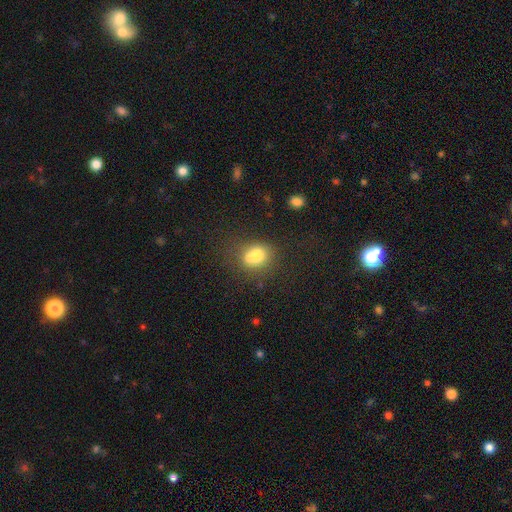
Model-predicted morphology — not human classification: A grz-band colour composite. It shows a smooth galaxy with no disk features (76%) that is in between round and cigar-shaped (59%). Merging: none (50%).